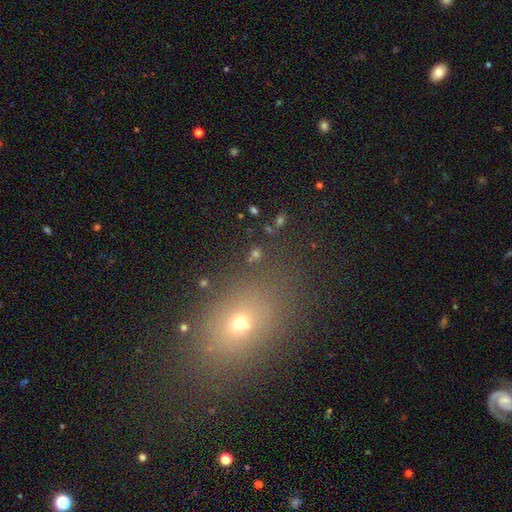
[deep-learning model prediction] smooth 53%, star or artifact 33%, featured or disk 14%. Down the decision tree: how rounded — in between (55%); merging — none (76%).